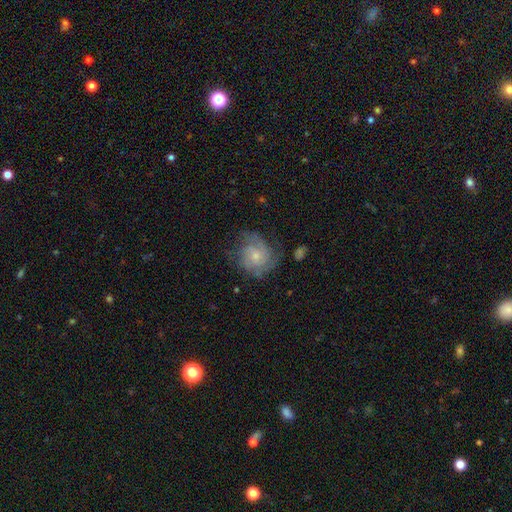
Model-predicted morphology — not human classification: smooth-or-featured: featured or disk: 69% | smooth: 24% | star or artifact: 7%
  disk-edge-on: no: 98% | yes: 2%
    bar: no: 74% | weak: 23% | strong: 3%
    has-spiral-arms: yes: 89% | no: 11%
      spiral-winding: tight: 52% | medium: 36% | loose: 13%
      spiral-arm-count: can't tell: 34% | 2: 26% | 3: 22% | 4: 7% | 1: 6% | more than 4: 5%
    bulge-size: small: 62% | moderate: 30% | none: 4% | large: 2% | dominant: 1%
  merging: none: 60% | minor disturbance: 23% | major disturbance: 14% | merger: 2%